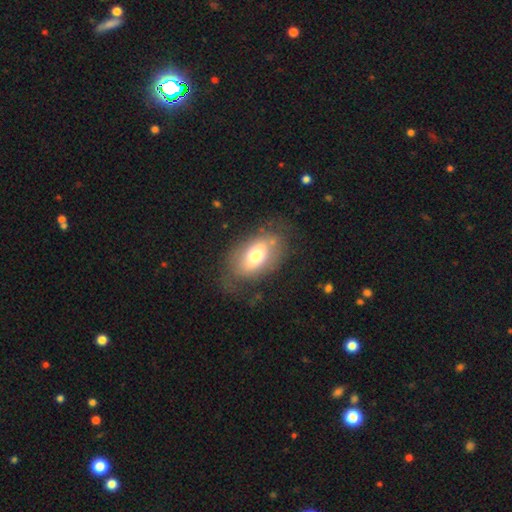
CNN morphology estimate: Smooth or featured? Predicted: smooth (p=0.57). How rounded? Predicted: in between (p=0.87). Merging? Predicted: none (p=0.65).